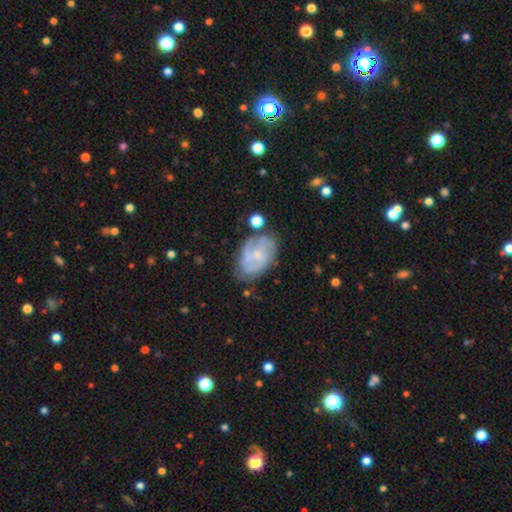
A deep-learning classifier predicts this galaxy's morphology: Smooth or featured: featured or disk — 68% (smooth — 25%)
Edge-on disk: no — 97% (yes — 3%)
Bar: no — 71% (weak — 25%)
Spiral arms: yes — 81% (no — 19%)
Spiral winding: tight — 48% (medium — 37%)
Spiral arm count: can't tell — 41% (2 — 26%)
Bulge size: small — 74% (moderate — 17%)
Merging: none — 60% (minor disturbance — 25%)